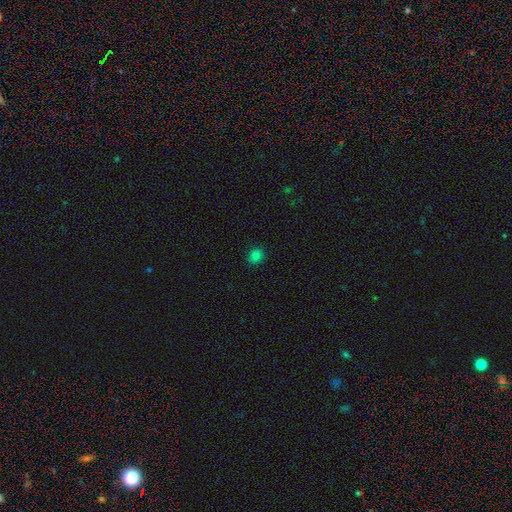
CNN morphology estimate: Smooth or featured? Predicted: smooth (p=0.79). How rounded? Predicted: round (p=0.84). Merging? Predicted: none (p=0.90).